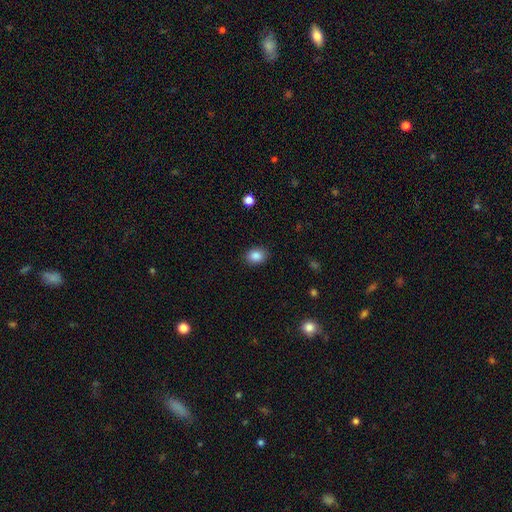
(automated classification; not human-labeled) smooth_or_featured: smooth (p=0.87) [alt: star or artifact p=0.09]
how_rounded: in between (p=0.69) [alt: round p=0.30]
merging: none (p=0.87) [alt: minor disturbance p=0.10]